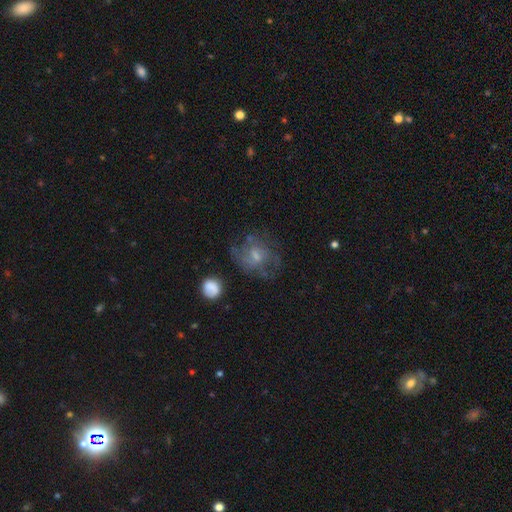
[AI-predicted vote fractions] featured or disk 59%, smooth 30%, star or artifact 11%. Down the decision tree: edge-on disk — no (97%); bar — no (54%); spiral arms — yes (72%); bulge size — small (49%); merging — none (55%).